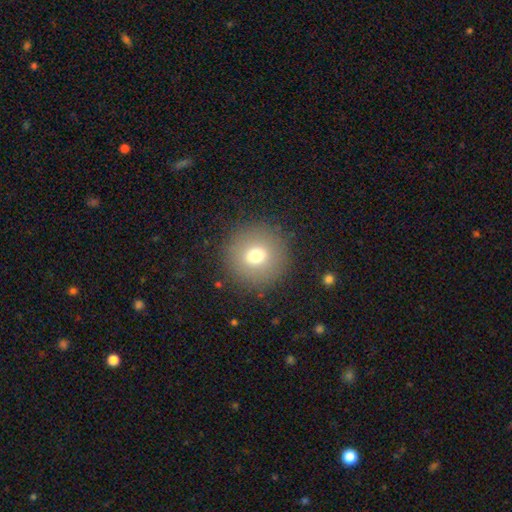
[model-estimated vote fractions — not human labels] smooth-or-featured: smooth: 71% | featured or disk: 16% | star or artifact: 14%
  how-rounded: round: 95% | in between: 4% | cigar-shaped: 1%
  merging: none: 88% | minor disturbance: 7% | major disturbance: 4% | merger: 1%